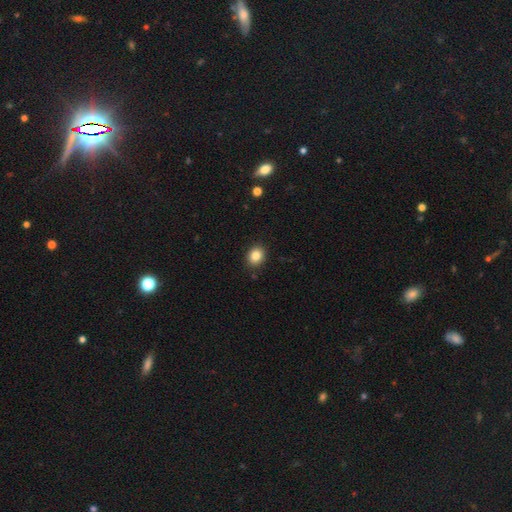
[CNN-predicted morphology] smooth 84%, star or artifact 10%, featured or disk 6%. Down the decision tree: how rounded — round (61%); merging — none (90%).